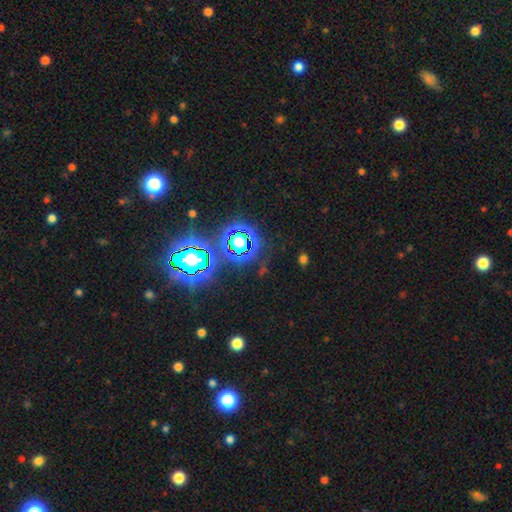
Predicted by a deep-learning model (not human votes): smooth-or-featured: star or artifact: 82% | smooth: 12% | featured or disk: 7%